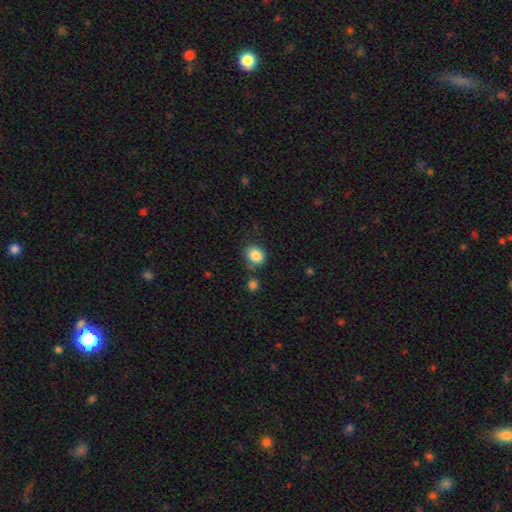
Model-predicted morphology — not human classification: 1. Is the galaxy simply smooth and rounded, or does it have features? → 87% smooth, 9% star or artifact, 5% featured or disk.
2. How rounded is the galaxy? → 57% round, 42% in between, 1% cigar-shaped.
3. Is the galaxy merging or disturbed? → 74% none, 15% minor disturbance, 7% merger, 4% major disturbance.